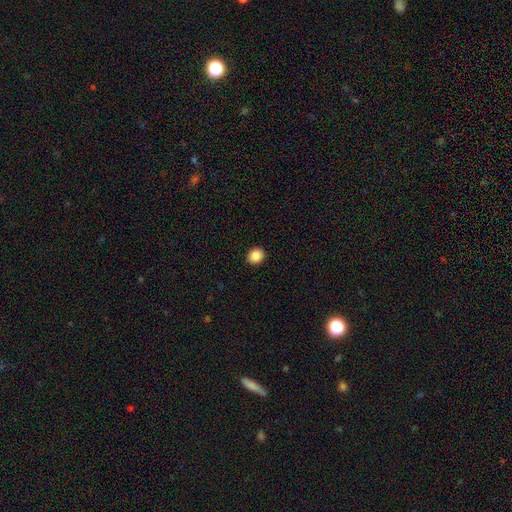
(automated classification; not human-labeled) This is clearly a smooth galaxy (88%). How rounded: likely round (70%). Merging: clearly none (92%).